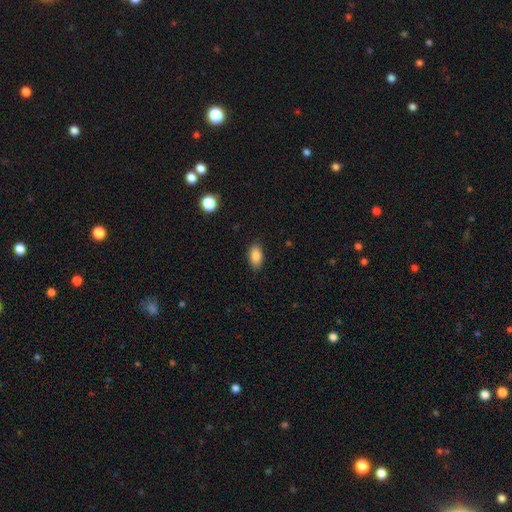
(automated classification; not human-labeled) Morphology: type=smooth (86%); roundness=in between (91%); merging=none (87%).